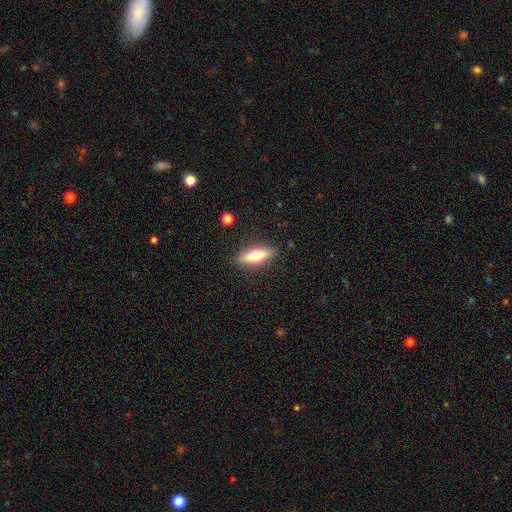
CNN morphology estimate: A smooth galaxy with no disk features (62%) that is in between round and cigar-shaped (50%). Merging: none (86%).